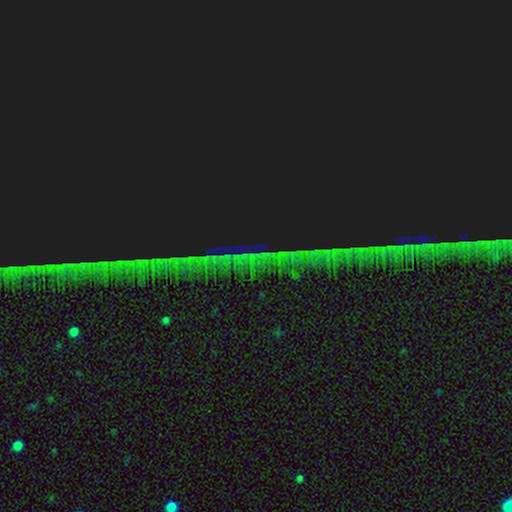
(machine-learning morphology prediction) smooth_or_featured: star or artifact (p=0.86) [alt: smooth p=0.07]